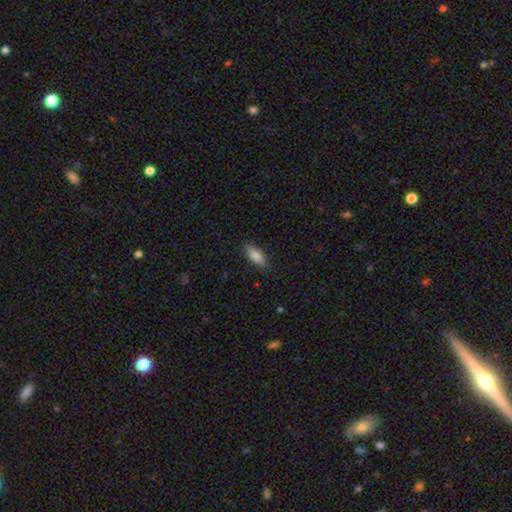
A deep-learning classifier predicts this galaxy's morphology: smooth 80%, featured or disk 13%, star or artifact 7%. Down the decision tree: how rounded — in between (67%); merging — none (85%).